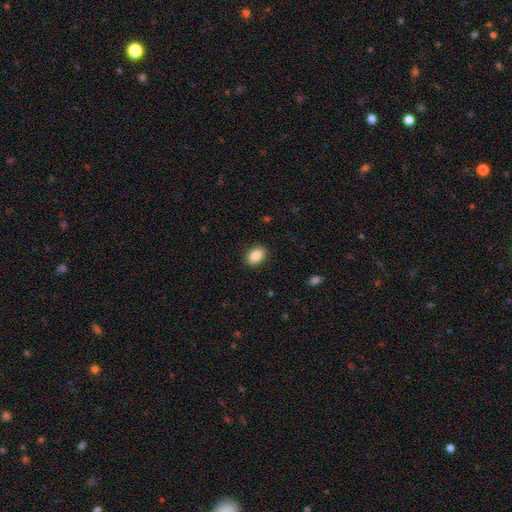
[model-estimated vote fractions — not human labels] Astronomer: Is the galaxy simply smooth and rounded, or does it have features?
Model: smooth — 87%.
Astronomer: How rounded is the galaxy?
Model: in between — 83%.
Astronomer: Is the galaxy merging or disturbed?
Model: none — 89%.